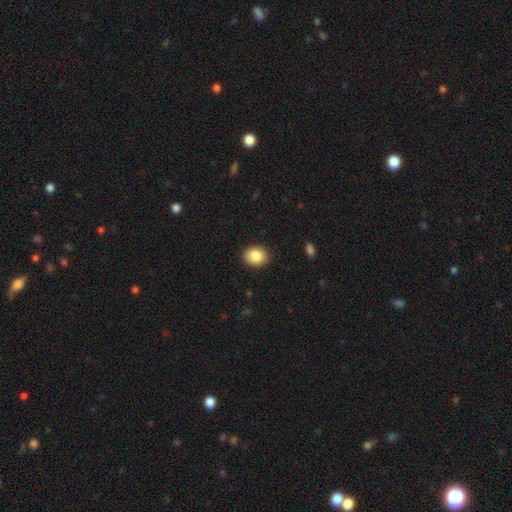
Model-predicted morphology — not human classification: A smooth galaxy with no disk features (86%) that is round (59%).

Vote fractions:
- Smooth or featured? smooth: 86% / star or artifact: 8% / featured or disk: 6%
- How rounded? round: 59% / in between: 40% / cigar-shaped: 1%
- Merging? none: 91% / minor disturbance: 7% / major disturbance: 2% / merger: 1%